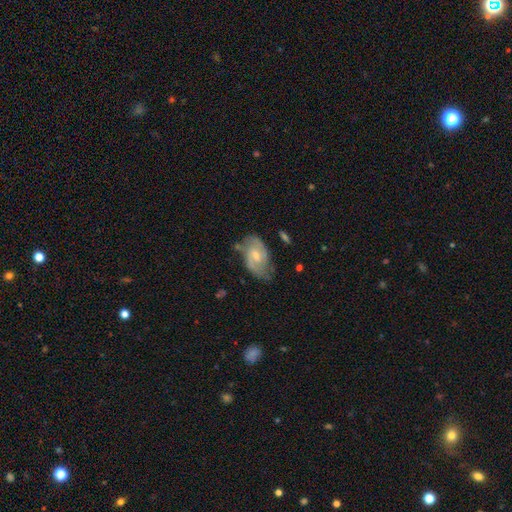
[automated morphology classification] This is likely a featured or disk galaxy (73%). It is clearly not viewed edge-on (96%). Bar: possibly weak (52%). Spiral arm pattern: clearly yes (90%). Spiral arm count: likely 2 (75%). Spiral winding: possibly medium (47%). Central bulge: possibly small (49%). Merging: likely none (60%).